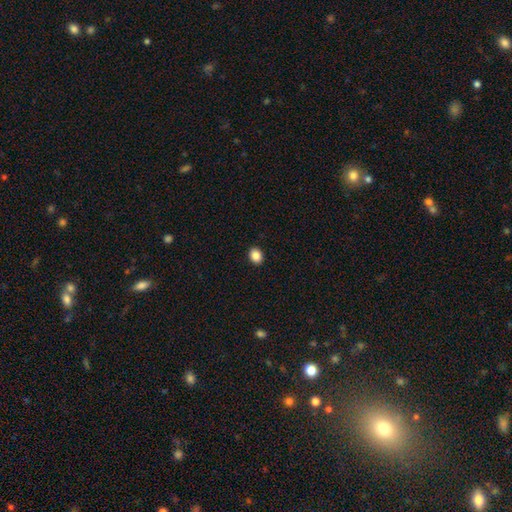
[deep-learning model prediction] The model was most divided on "how rounded": round: 53%, in between: 46%, cigar-shaped: 1%. More confident: merging — none (92%); smooth or featured — smooth (86%).